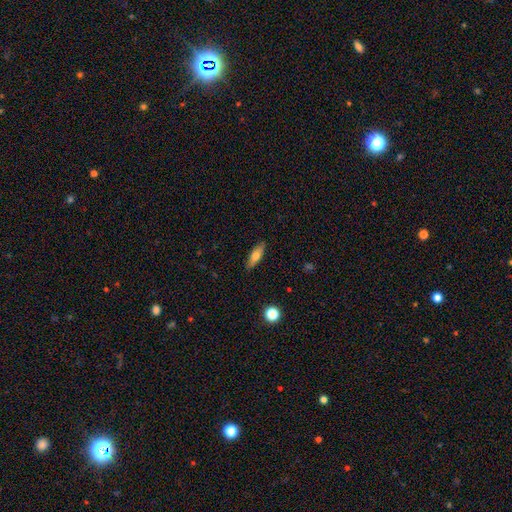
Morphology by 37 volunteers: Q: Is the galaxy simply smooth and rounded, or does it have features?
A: smooth — 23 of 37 (62%).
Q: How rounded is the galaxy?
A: in between — 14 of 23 (61%).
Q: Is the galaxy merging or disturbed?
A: none — 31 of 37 (84%).